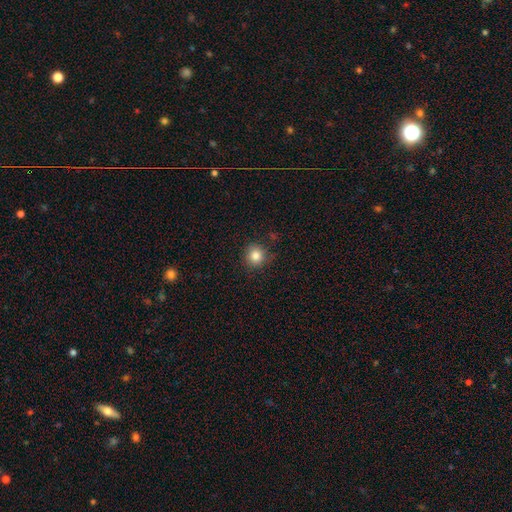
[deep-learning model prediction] smooth_or_featured: smooth (p=0.84) [alt: star or artifact p=0.11]
how_rounded: round (p=0.92) [alt: in between p=0.07]
merging: none (p=0.83) [alt: minor disturbance p=0.12]